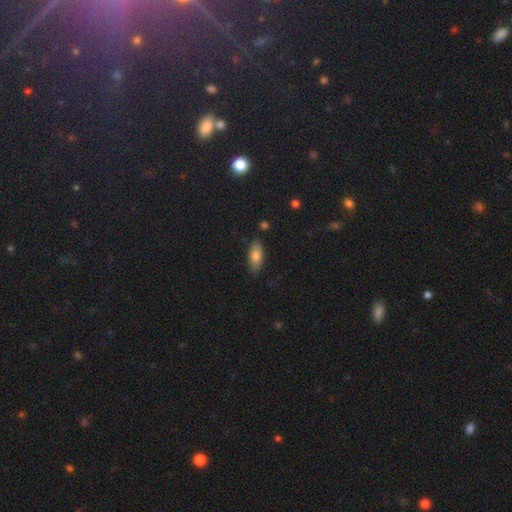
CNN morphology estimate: This is likely a smooth galaxy (76%). How rounded: clearly in between (82%). Merging: clearly none (82%).